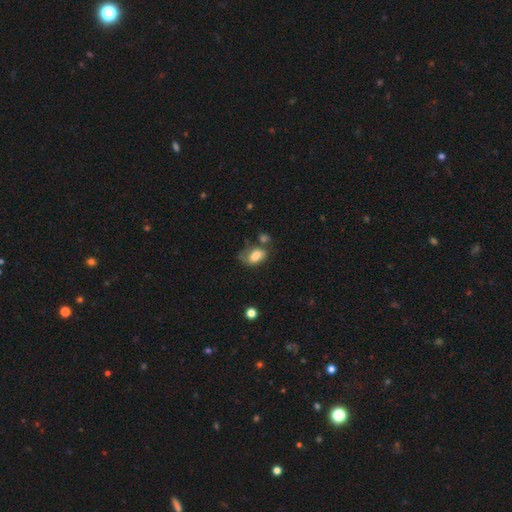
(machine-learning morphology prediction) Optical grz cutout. It shows a smooth galaxy with no disk features (70%) that is in between round and cigar-shaped (86%). Merging: none (35%).